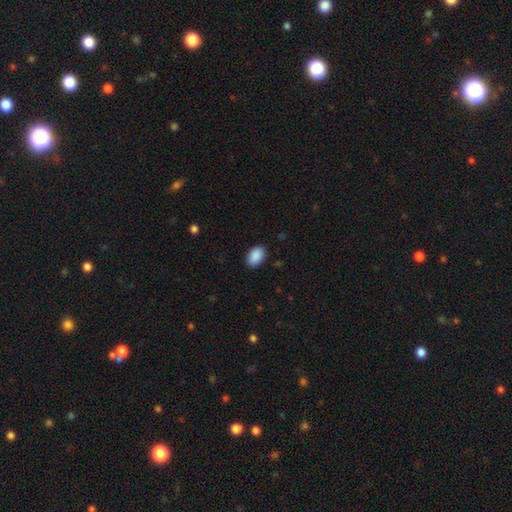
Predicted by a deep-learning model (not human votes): The model was most divided on "merging": none: 87%, minor disturbance: 10%, major disturbance: 2%, merger: 1%. More confident: smooth or featured — smooth (90%); how rounded — in between (88%).